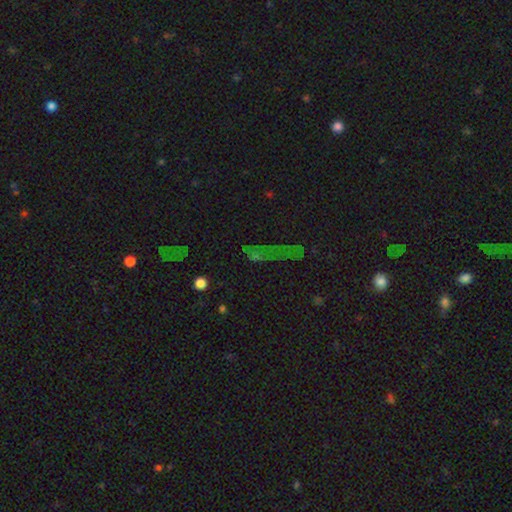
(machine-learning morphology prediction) star or artifact 58%, smooth 26%, featured or disk 15%.